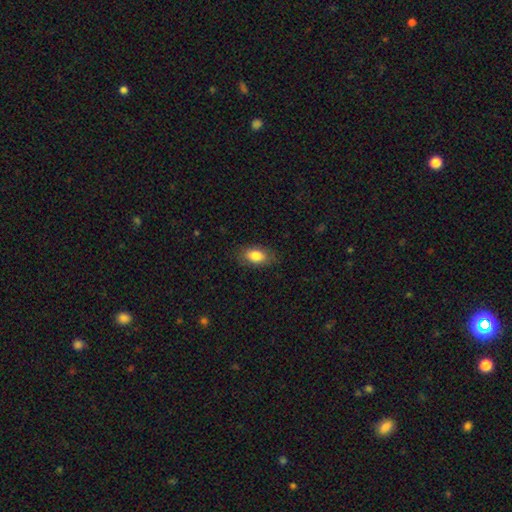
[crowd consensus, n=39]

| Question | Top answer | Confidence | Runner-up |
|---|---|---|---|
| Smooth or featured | smooth | 92% | star or artifact (8%) |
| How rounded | in between | 83% | round (14%) |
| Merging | none | 97% | minor disturbance (3%) |